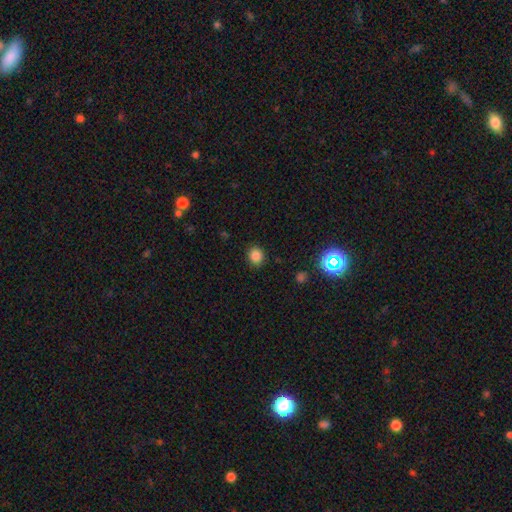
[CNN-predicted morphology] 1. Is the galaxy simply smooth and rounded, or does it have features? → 83% smooth, 13% star or artifact, 4% featured or disk.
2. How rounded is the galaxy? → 76% round, 24% in between, 1% cigar-shaped.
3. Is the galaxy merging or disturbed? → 88% none, 8% minor disturbance, 2% major disturbance, 1% merger.